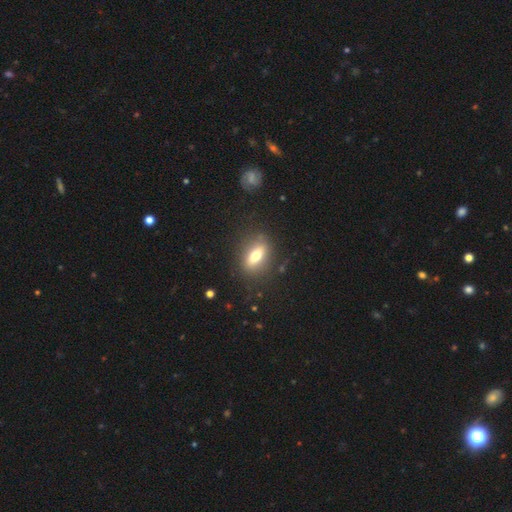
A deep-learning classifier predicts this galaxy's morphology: Overall: smooth (63%; featured or disk 28%). How rounded: in between (70%). Merging: none (82%).